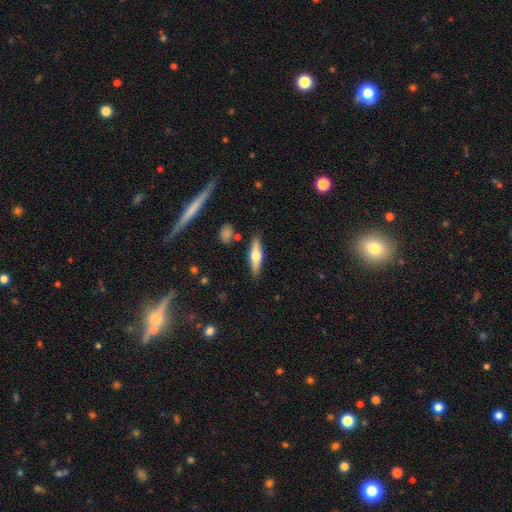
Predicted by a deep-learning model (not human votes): Smooth or featured? Predicted: featured or disk (p=0.53). Edge-on disk? Predicted: yes (p=0.93). Merging? Predicted: none (p=0.86).